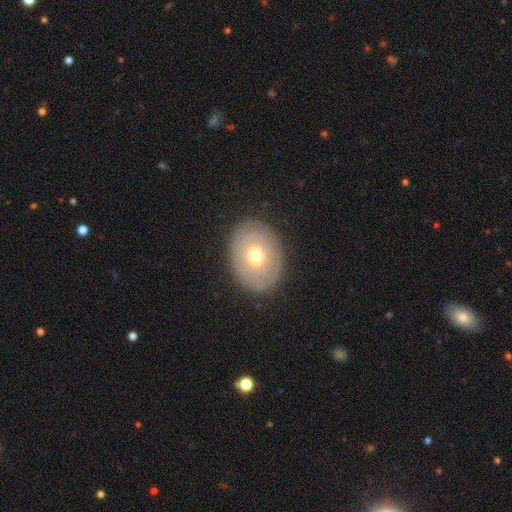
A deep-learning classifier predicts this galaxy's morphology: The model was most divided on "smooth or featured": smooth: 47%, featured or disk: 45%, star or artifact: 7%. More confident: merging — none (85%).